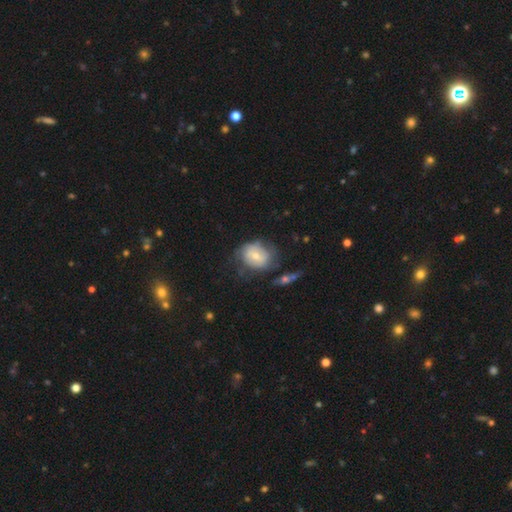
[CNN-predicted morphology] A smooth galaxy with no disk features (49%). Merging: none (51%).